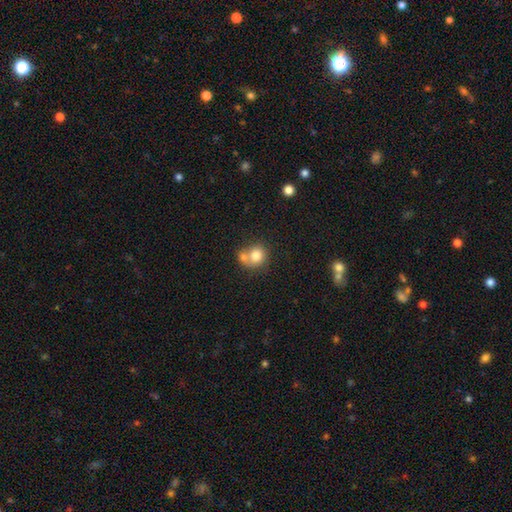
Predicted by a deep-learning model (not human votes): Smooth or featured?
  - smooth: 78% *
  - featured or disk: 13%
  - star or artifact: 9%
How rounded?
  - round: 77% *
  - in between: 22%
  - cigar-shaped: 1%
Merging?
  - merger: 51% *
  - none: 36%
  - minor disturbance: 9%
  - major disturbance: 4%